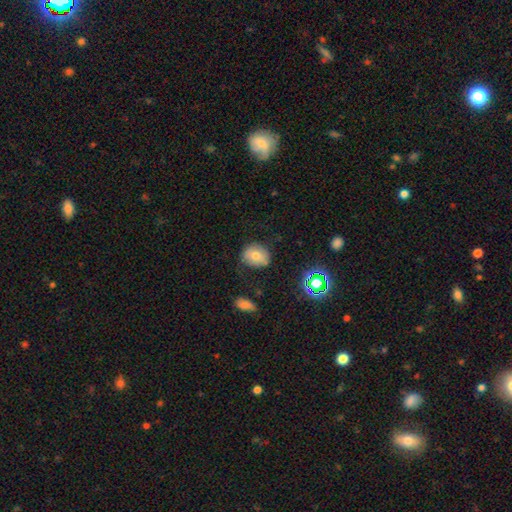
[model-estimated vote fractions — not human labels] Smooth or featured?
  - smooth: 68% *
  - featured or disk: 19%
  - star or artifact: 13%
How rounded?
  - round: 65% *
  - in between: 34%
  - cigar-shaped: 1%
Merging?
  - none: 69% *
  - minor disturbance: 22%
  - major disturbance: 6%
  - merger: 3%